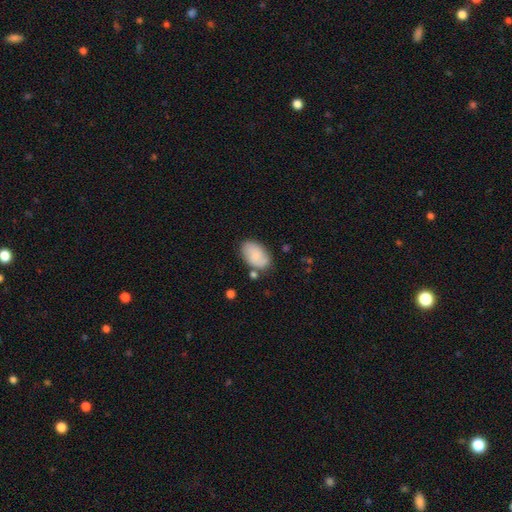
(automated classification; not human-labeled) smooth 79%, featured or disk 15%, star or artifact 7%. Down the decision tree: how rounded — in between (92%); merging — none (70%).